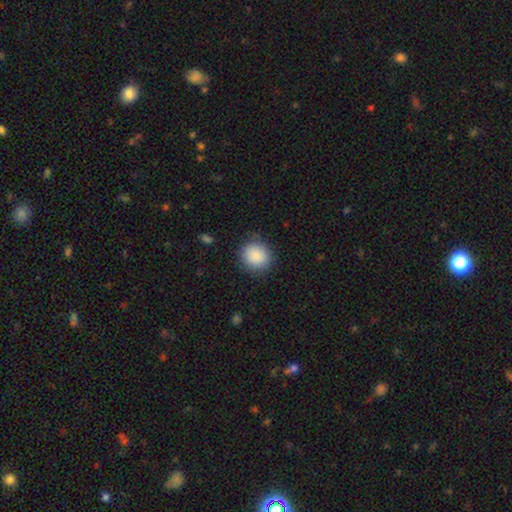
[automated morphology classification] Smooth or featured? smooth (88%)
How rounded? round (83%)
Merging? none (85%)